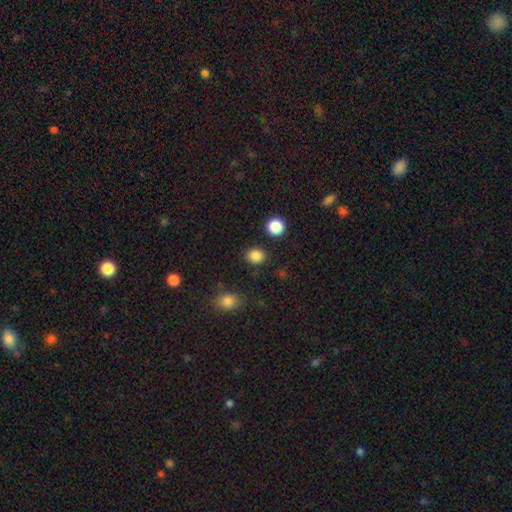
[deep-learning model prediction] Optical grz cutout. It shows a smooth galaxy with no disk features (85%) that is round (77%). Merging: none (87%).